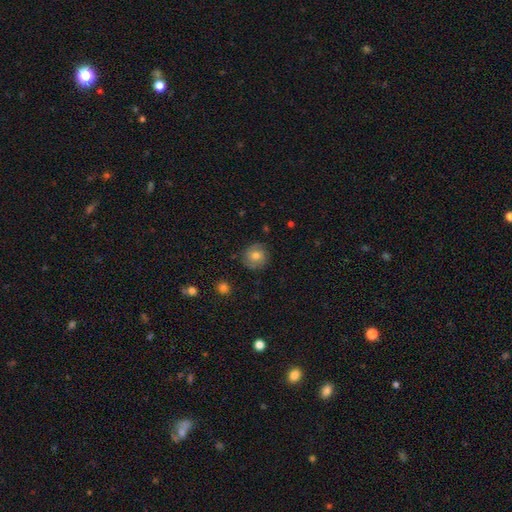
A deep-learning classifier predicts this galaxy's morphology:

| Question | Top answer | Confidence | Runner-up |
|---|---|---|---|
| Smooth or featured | smooth | 65% | featured or disk (25%) |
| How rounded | round | 91% | in between (8%) |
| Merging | none | 84% | minor disturbance (12%) |